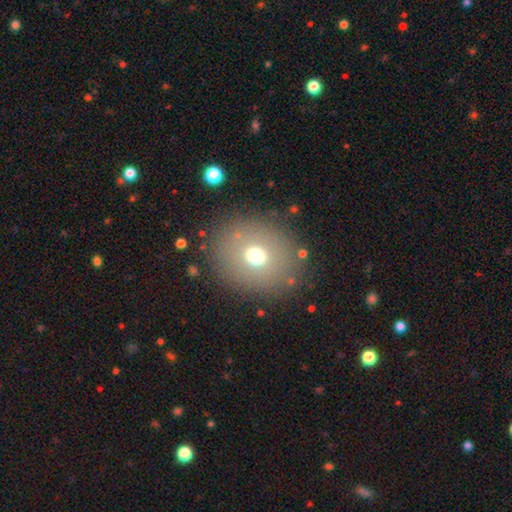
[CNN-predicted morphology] Smooth or featured?
  - smooth: 68% *
  - star or artifact: 16%
  - featured or disk: 16%
How rounded?
  - round: 71% *
  - in between: 28%
  - cigar-shaped: 1%
Merging?
  - none: 85% *
  - minor disturbance: 8%
  - major disturbance: 5%
  - merger: 2%